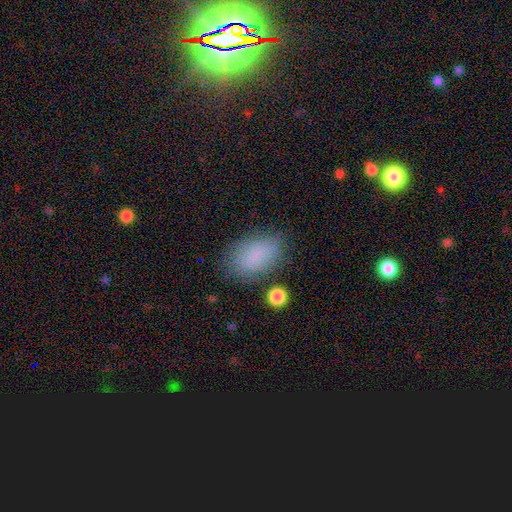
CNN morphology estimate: A smooth galaxy with no disk features (83%) that is in between round and cigar-shaped (90%).

Vote fractions:
- Smooth or featured? smooth: 83% / star or artifact: 9% / featured or disk: 8%
- How rounded? in between: 90% / round: 8% / cigar-shaped: 2%
- Merging? none: 75% / minor disturbance: 17% / major disturbance: 5% / merger: 3%